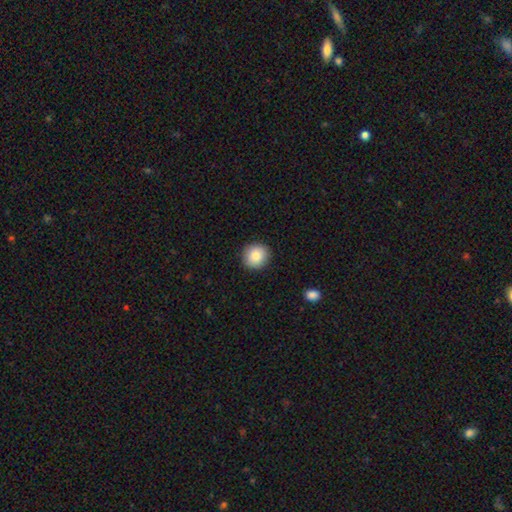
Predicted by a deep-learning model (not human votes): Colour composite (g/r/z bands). It shows a smooth galaxy with no disk features (86%) that is round (90%). Merging: none (91%).